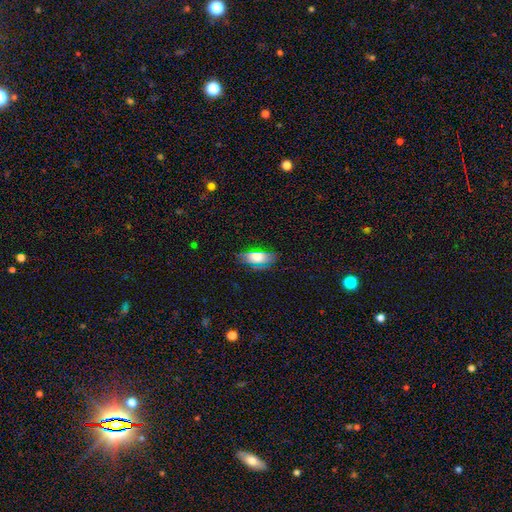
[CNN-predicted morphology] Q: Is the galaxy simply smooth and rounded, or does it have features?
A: smooth — 68%.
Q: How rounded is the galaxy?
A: in between — 84%.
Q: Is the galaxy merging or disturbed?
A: none — 79%.